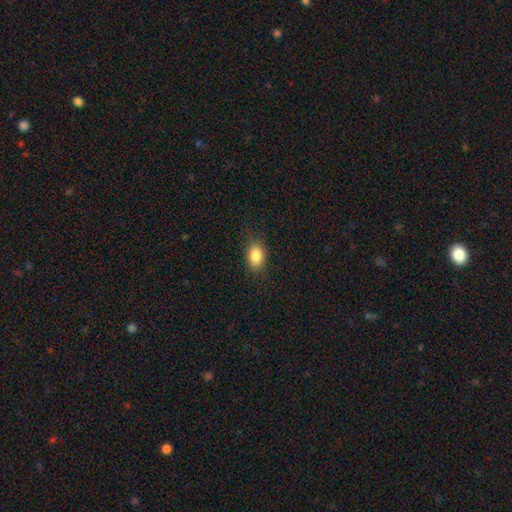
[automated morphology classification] Smooth or featured?
  - smooth: 87% *
  - star or artifact: 8%
  - featured or disk: 5%
How rounded?
  - in between: 82% *
  - round: 16%
  - cigar-shaped: 2%
Merging?
  - none: 83% *
  - minor disturbance: 13%
  - major disturbance: 3%
  - merger: 1%